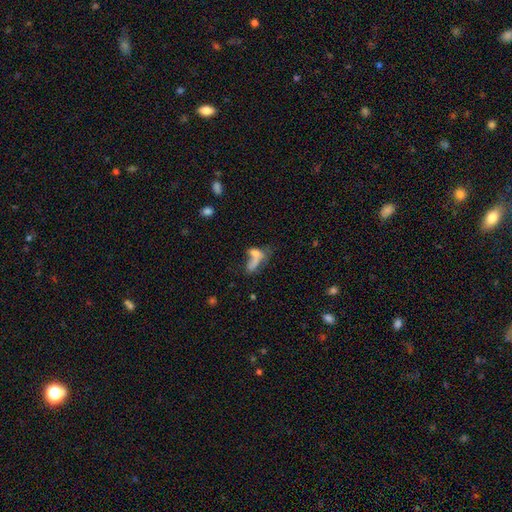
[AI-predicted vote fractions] Morphology: type=smooth (63%); roundness=in between (58%); merging=merger (52%).